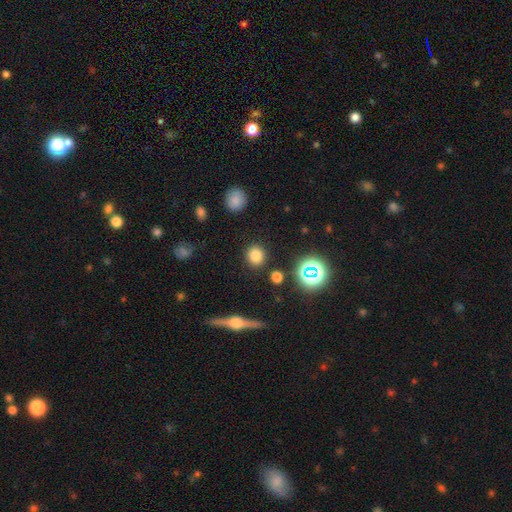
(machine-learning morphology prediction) Smooth or featured? Predicted: smooth (p=0.78). How rounded? Predicted: round (p=0.83). Merging? Predicted: none (p=0.88).